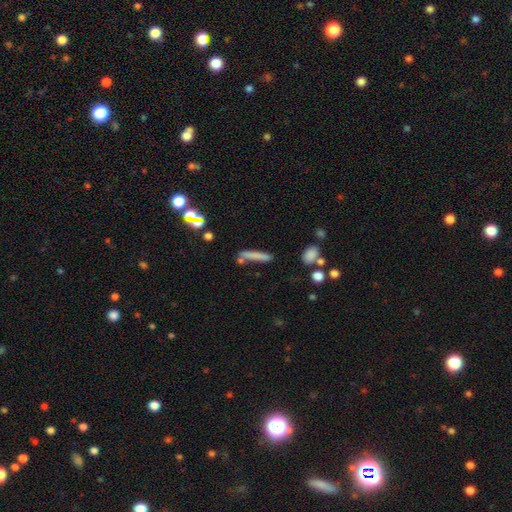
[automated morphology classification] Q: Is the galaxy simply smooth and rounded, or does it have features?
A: smooth — 73%.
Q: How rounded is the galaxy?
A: cigar-shaped — 91%.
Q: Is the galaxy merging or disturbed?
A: none — 69%.